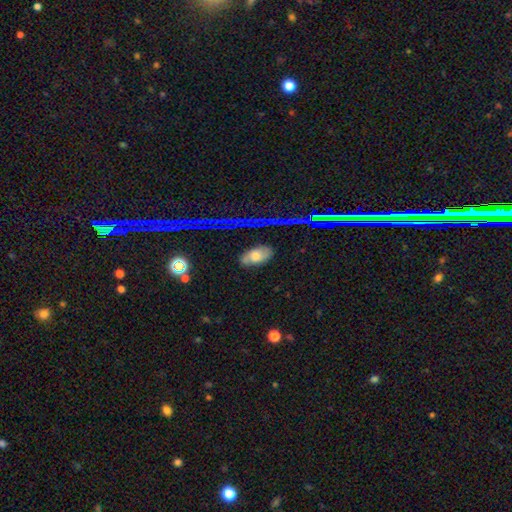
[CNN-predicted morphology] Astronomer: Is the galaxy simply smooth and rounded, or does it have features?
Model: smooth — 58%.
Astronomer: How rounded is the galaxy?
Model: in between — 91%.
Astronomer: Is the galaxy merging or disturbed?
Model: none — 70%.